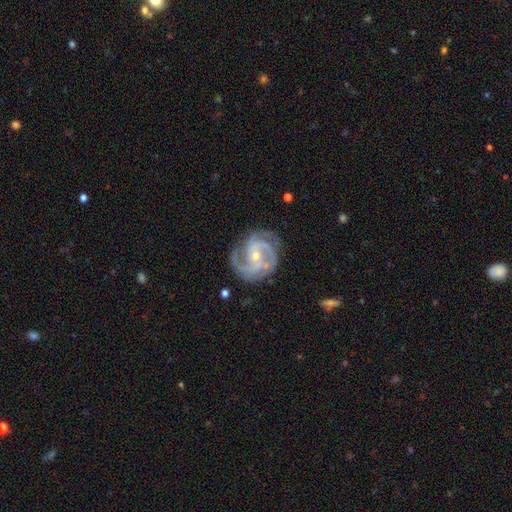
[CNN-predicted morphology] smooth_or_featured: featured or disk (p=0.91) [alt: star or artifact p=0.05]
disk_edge_on: no (p=0.98) [alt: yes p=0.02]
bar: no (p=0.45) [alt: weak p=0.37]
has_spiral_arms: yes (p=0.98) [alt: no p=0.02]
spiral_winding: tight (p=0.48) [alt: medium p=0.44]
spiral_arm_count: 3 (p=0.40) [alt: 2 p=0.31]
bulge_size: small (p=0.63) [alt: moderate p=0.34]
merging: none (p=0.74) [alt: minor disturbance p=0.18]